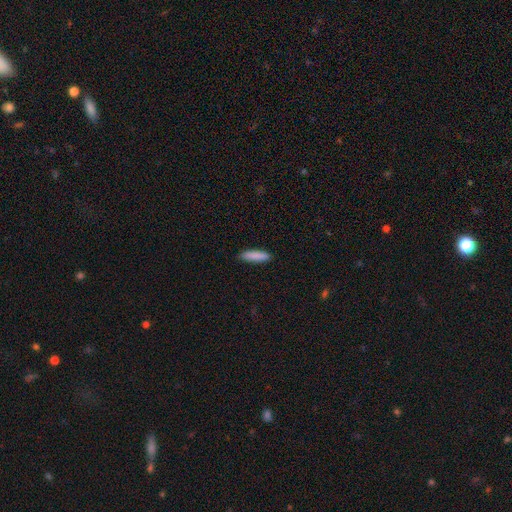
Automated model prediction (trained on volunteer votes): Smooth or featured?
  - smooth: 88% *
  - star or artifact: 6%
  - featured or disk: 6%
How rounded?
  - cigar-shaped: 72% *
  - in between: 26%
  - round: 1%
Merging?
  - none: 88% *
  - minor disturbance: 9%
  - major disturbance: 2%
  - merger: 1%